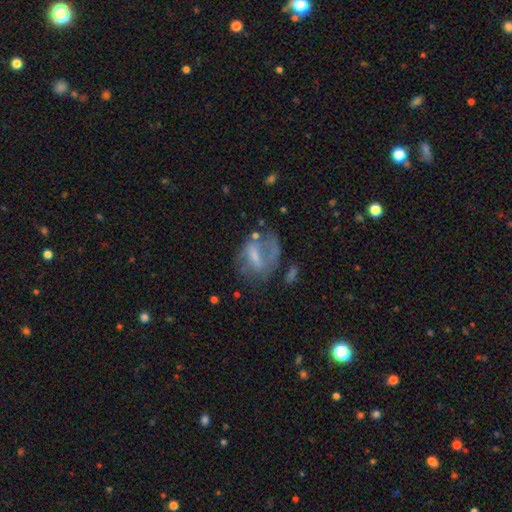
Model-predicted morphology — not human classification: smooth-or-featured: featured or disk: 54% | smooth: 37% | star or artifact: 10%
  disk-edge-on: no: 95% | yes: 5%
    bar: weak: 43% | strong: 29% | no: 28%
    has-spiral-arms: no: 57% | yes: 43%
    bulge-size: small: 36% | moderate: 30% | none: 28% | large: 5% | dominant: 1%
  merging: none: 39% | major disturbance: 32% | minor disturbance: 23% | merger: 6%